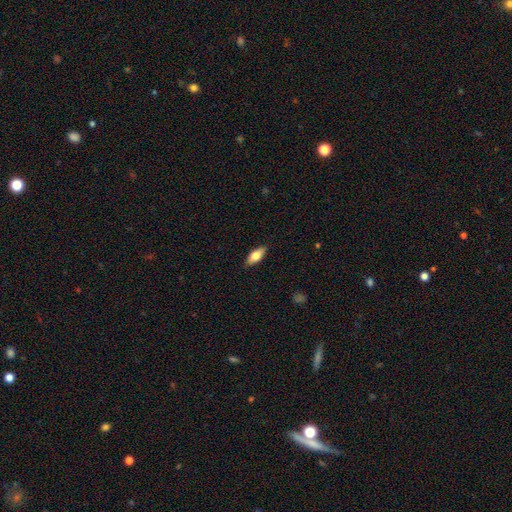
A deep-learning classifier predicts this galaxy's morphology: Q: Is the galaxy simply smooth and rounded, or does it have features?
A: smooth — 74%.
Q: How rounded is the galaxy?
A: in between — 80%.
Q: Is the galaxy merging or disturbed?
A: none — 88%.